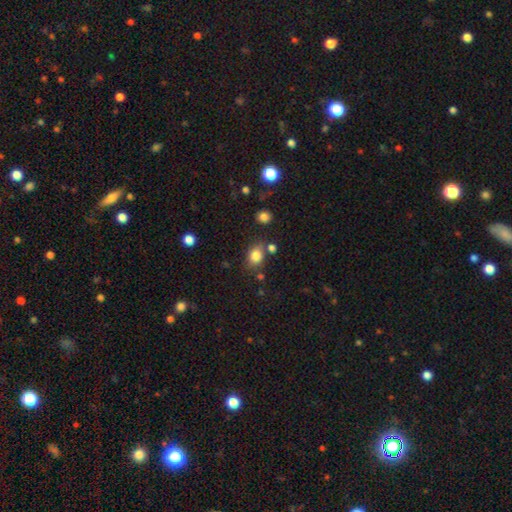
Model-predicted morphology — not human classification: Overall: smooth (82%). How rounded: in between (53%; round 46%). Merging: none (71%).